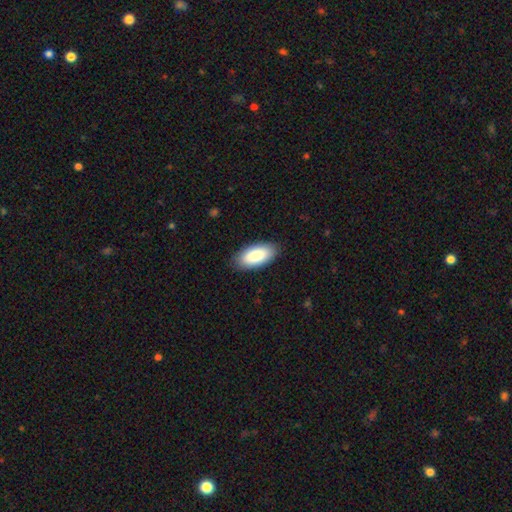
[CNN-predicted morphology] A smooth galaxy with no disk features (87%) that is in between round and cigar-shaped (92%).

Vote fractions:
- Smooth or featured? smooth: 87% / featured or disk: 7% / star or artifact: 6%
- How rounded? in between: 92% / cigar-shaped: 6% / round: 2%
- Merging? none: 87% / minor disturbance: 10% / major disturbance: 2% / merger: 1%